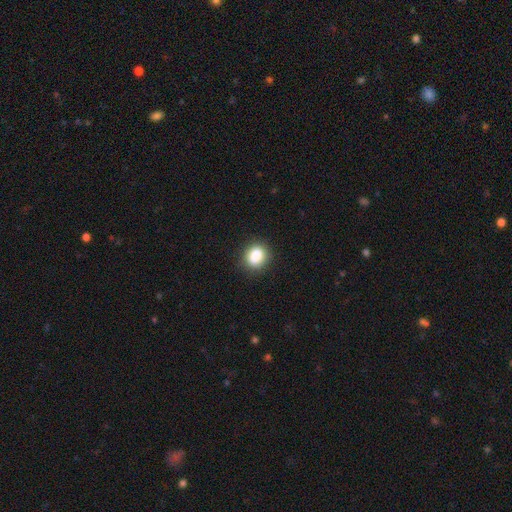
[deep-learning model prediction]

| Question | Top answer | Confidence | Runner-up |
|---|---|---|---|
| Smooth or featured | smooth | 86% | star or artifact (10%) |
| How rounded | round | 65% | in between (34%) |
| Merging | none | 87% | minor disturbance (9%) |